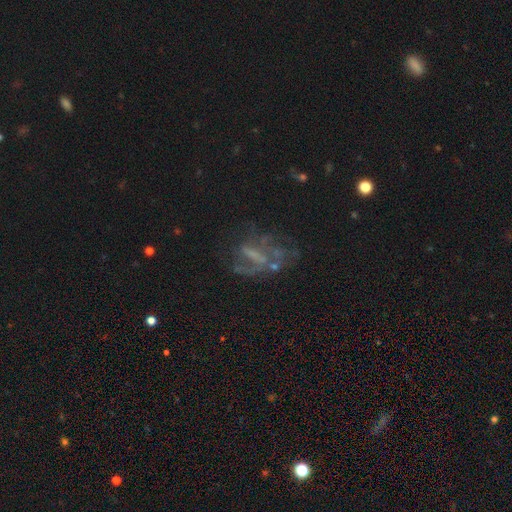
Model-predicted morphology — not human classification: The model was most divided on "merging": none: 39%, major disturbance: 35%, minor disturbance: 18%, merger: 8%. Remaining: edge-on disk — no (94%); smooth or featured — featured or disk (62%); spiral arms — no (60%); bulge size — none (59%); bar — no (49%).